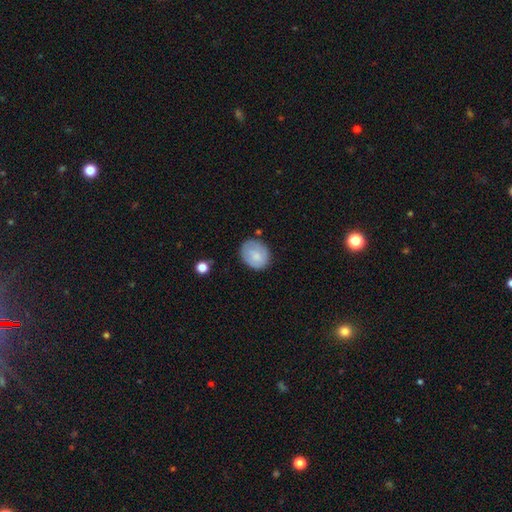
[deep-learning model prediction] Morphology: type=smooth (71%); roundness=round (54%); merging=none (75%).